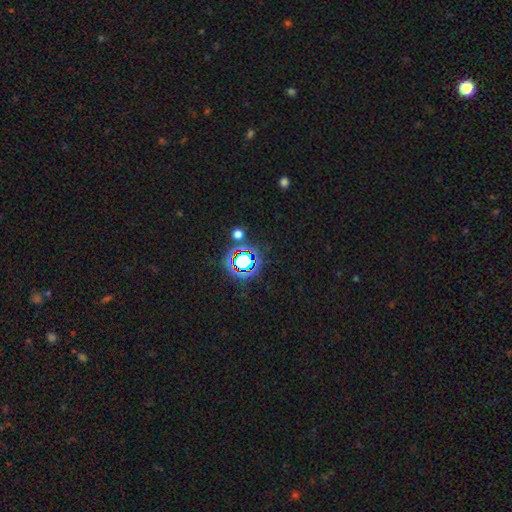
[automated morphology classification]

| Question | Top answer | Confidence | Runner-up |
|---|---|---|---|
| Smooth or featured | star or artifact | 77% | smooth (15%) |